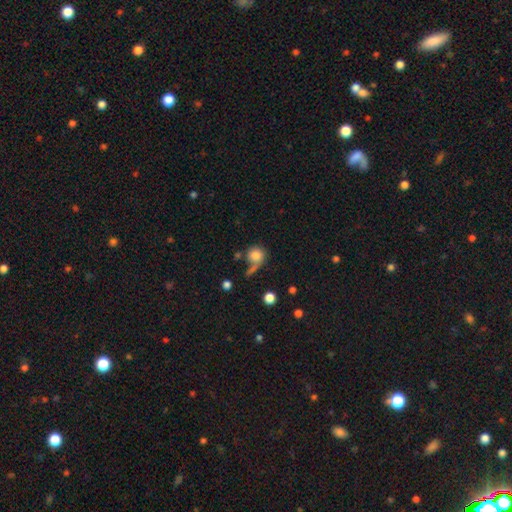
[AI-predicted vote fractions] This is likely a smooth galaxy (78%). How rounded: clearly round (84%). Merging: marginally none (43%).